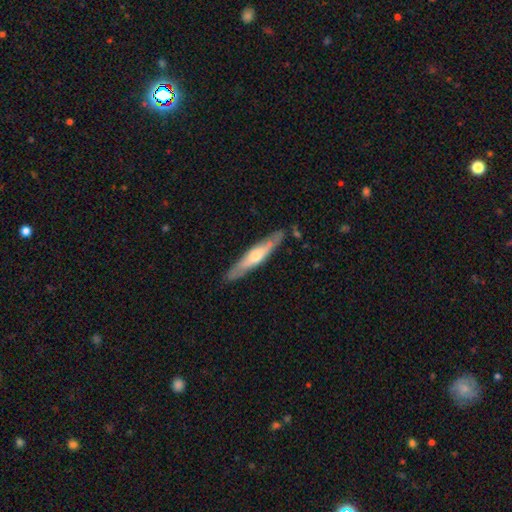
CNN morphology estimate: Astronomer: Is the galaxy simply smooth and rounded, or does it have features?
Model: featured or disk — 54% (runner-up: smooth, 41%).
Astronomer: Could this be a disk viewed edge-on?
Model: yes — 87%.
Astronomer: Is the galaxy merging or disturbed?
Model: none — 85%.